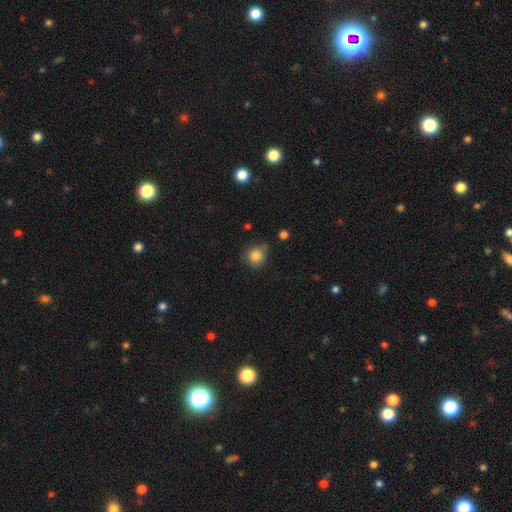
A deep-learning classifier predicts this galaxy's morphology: A smooth galaxy with no disk features (84%) that is round (90%).

Vote fractions:
- Smooth or featured? smooth: 84% / star or artifact: 11% / featured or disk: 6%
- How rounded? round: 90% / in between: 9% / cigar-shaped: 1%
- Merging? none: 74% / minor disturbance: 19% / major disturbance: 4% / merger: 4%